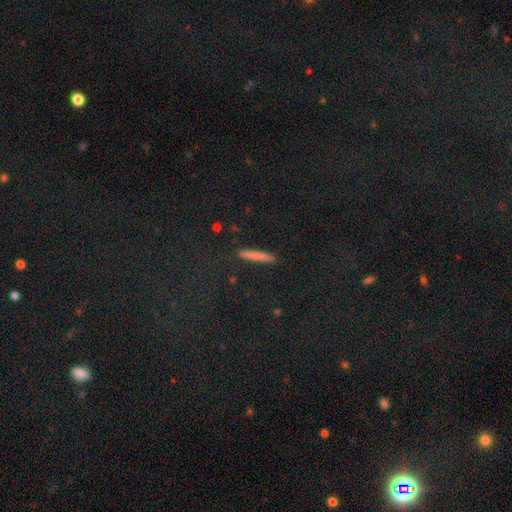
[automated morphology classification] A smooth galaxy with no disk features (73%) that is cigar-shaped (93%). Merging: none (89%).